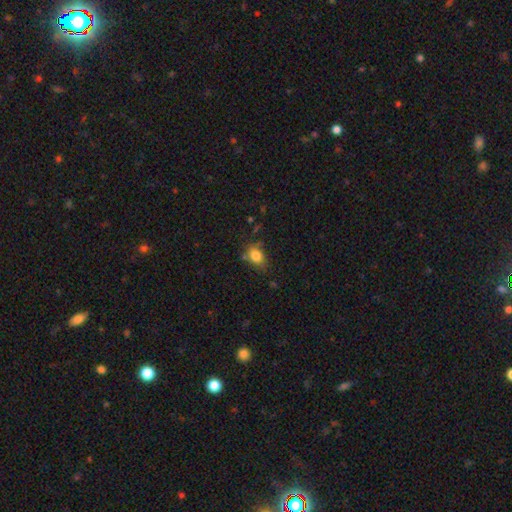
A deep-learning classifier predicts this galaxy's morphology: A smooth galaxy with no disk features (81%) that is in between round and cigar-shaped (69%).

Vote fractions:
- Smooth or featured? smooth: 81% / star or artifact: 10% / featured or disk: 9%
- How rounded? in between: 69% / round: 29% / cigar-shaped: 2%
- Merging? none: 61% / minor disturbance: 25% / major disturbance: 7% / merger: 7%